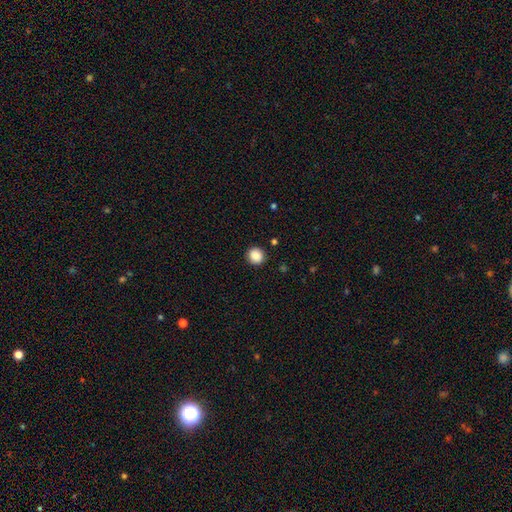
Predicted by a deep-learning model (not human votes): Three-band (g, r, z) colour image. It shows a smooth galaxy with no disk features (88%) that is round (93%). Merging: none (91%).